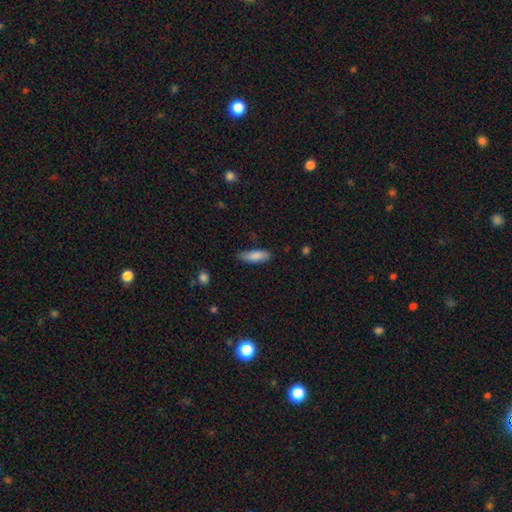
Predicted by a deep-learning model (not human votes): Q: Smooth or featured?
A: smooth (85%); runner-up: featured or disk (9%)
Q: How rounded?
A: in between (56%); runner-up: cigar-shaped (43%)
Q: Merging?
A: none (73%); runner-up: minor disturbance (22%)